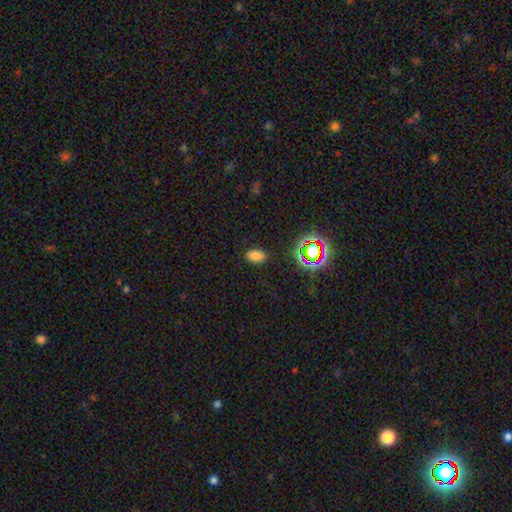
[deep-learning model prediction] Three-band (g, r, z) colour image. It shows a smooth galaxy with no disk features (76%) that is in between round and cigar-shaped (90%). Merging: none (86%).